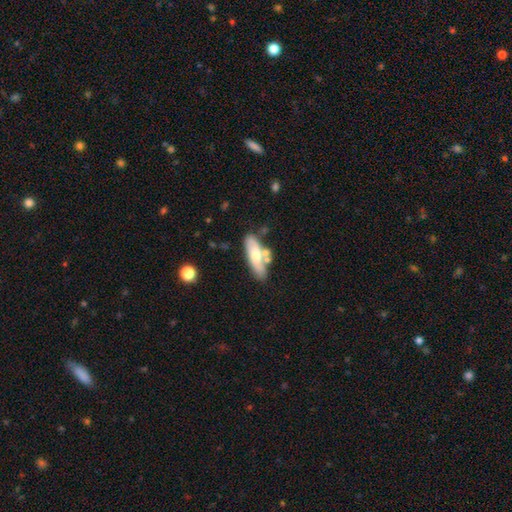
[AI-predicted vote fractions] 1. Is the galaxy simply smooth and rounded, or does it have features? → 56% smooth, 38% featured or disk, 6% star or artifact.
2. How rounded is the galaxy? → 58% in between, 39% cigar-shaped, 2% round.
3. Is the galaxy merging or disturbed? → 57% none, 20% merger, 18% minor disturbance, 6% major disturbance.